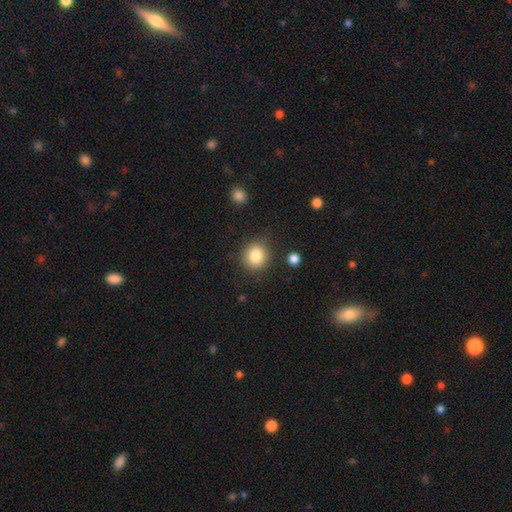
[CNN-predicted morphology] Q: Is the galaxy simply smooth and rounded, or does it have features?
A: smooth — 84%.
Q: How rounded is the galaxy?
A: round — 88%.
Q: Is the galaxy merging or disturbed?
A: none — 84%.